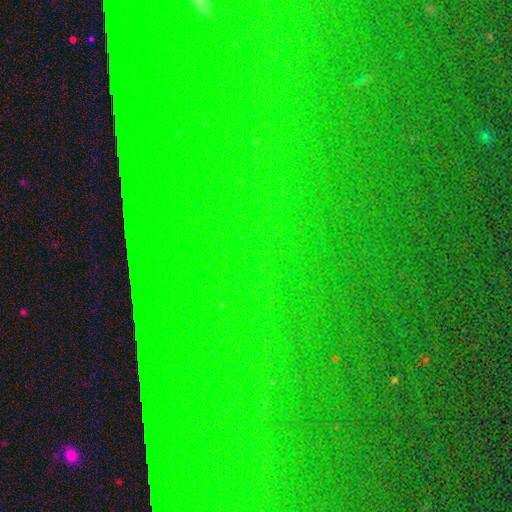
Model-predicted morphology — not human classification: The model was most divided on "smooth or featured": star or artifact: 83%, smooth: 9%, featured or disk: 7%.